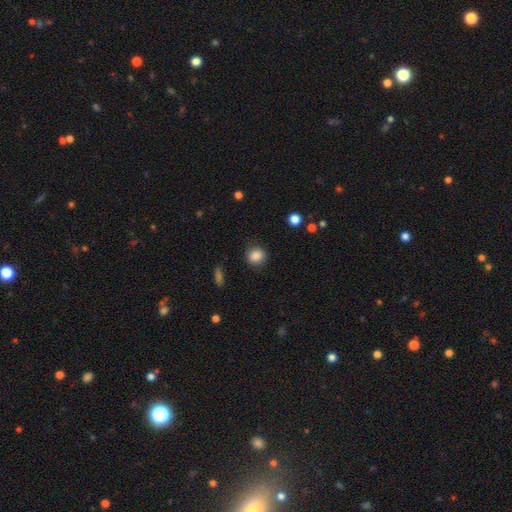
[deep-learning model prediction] Q: Smooth or featured?
A: smooth (86%); runner-up: star or artifact (9%)
Q: How rounded?
A: round (84%); runner-up: in between (15%)
Q: Merging?
A: none (88%); runner-up: minor disturbance (8%)